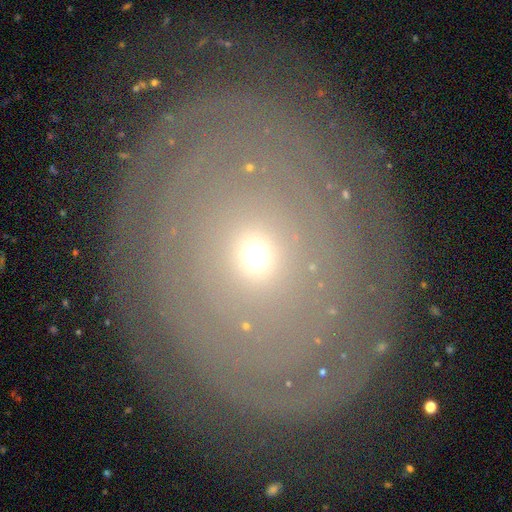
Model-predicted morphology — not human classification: Smooth or featured?
  - featured or disk: 76% *
  - smooth: 15%
  - star or artifact: 8%
Edge-on disk?
  - no: 96% *
  - yes: 4%
Bar?
  - no: 86% *
  - weak: 10%
  - strong: 4%
Spiral arms?
  - yes: 77% *
  - no: 23%
Spiral winding?
  - tight: 81% *
  - medium: 13%
  - loose: 6%
Spiral arm count?
  - can't tell: 37% *
  - 2: 32%
  - 3: 9%
  - 1: 8%
  - 4: 7%
  - more than 4: 7%
Bulge size?
  - small: 75% *
  - moderate: 21%
  - large: 2%
  - dominant: 1%
  - none: 1%
Merging?
  - none: 75% *
  - minor disturbance: 14%
  - major disturbance: 9%
  - merger: 2%